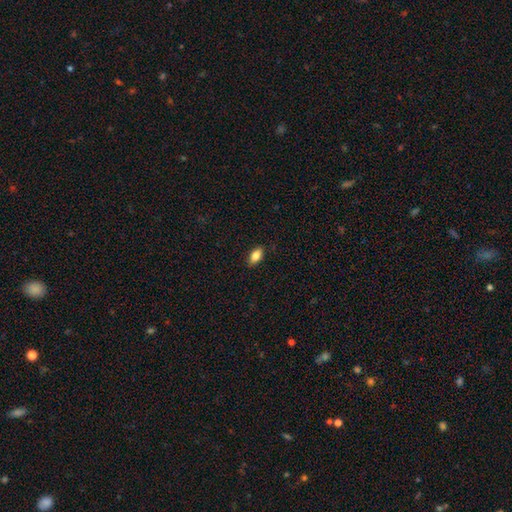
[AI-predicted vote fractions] Smooth or featured: smooth — 84% (featured or disk — 8%)
How rounded: in between — 90% (cigar-shaped — 6%)
Merging: none — 89% (minor disturbance — 9%)